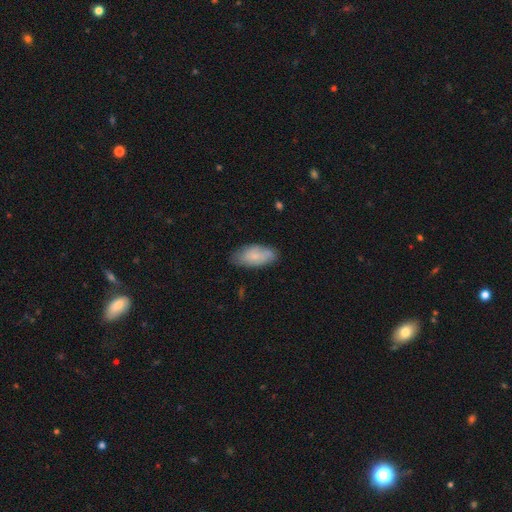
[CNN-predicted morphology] Smooth or featured? Predicted: smooth (p=0.70). How rounded? Predicted: in between (p=0.90). Merging? Predicted: none (p=0.70).